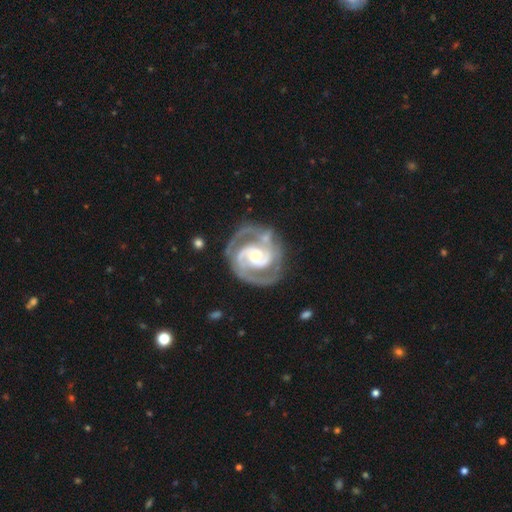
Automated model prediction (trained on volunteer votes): This is clearly a featured or disk galaxy (91%). It is clearly not viewed edge-on (98%). Bar: possibly no (50%). Spiral arm pattern: clearly yes (97%). Spiral arm count: likely 2 (79%). Spiral winding: possibly tight (53%). Central bulge: possibly moderate (51%). Merging: likely none (72%).